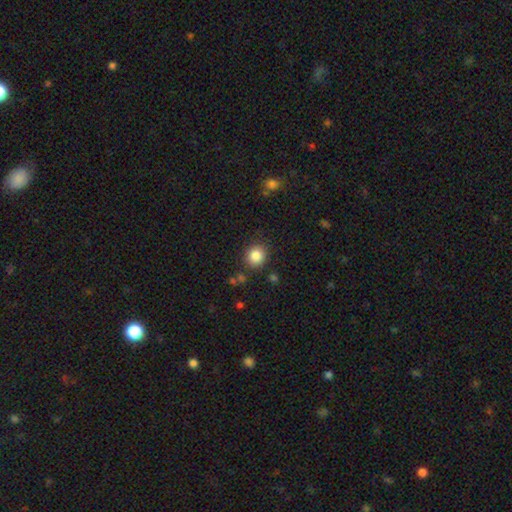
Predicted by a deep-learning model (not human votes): Smooth or featured? Predicted: smooth (p=0.85). How rounded? Predicted: round (p=0.82). Merging? Predicted: none (p=0.85).